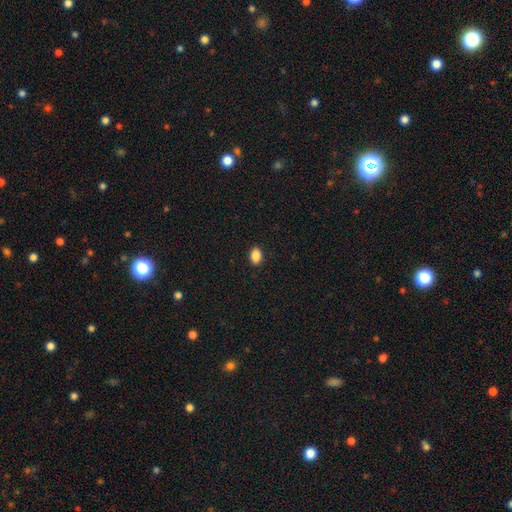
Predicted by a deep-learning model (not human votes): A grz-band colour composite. It shows a smooth galaxy with no disk features (88%) that is in between round and cigar-shaped (79%). Merging: none (90%).